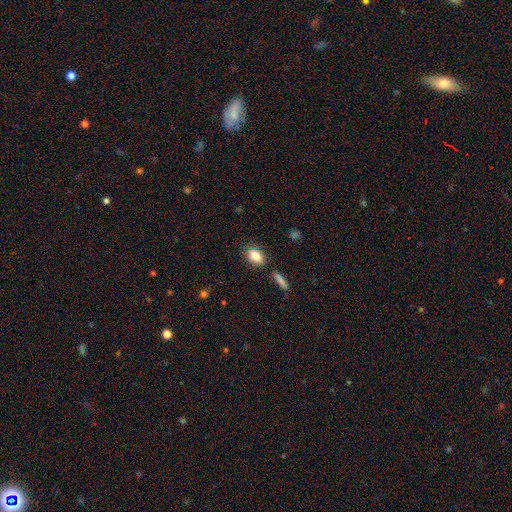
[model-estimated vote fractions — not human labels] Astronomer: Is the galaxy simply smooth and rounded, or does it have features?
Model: smooth — 83%.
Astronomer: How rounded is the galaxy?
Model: in between — 82%.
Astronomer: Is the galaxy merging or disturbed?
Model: none — 76%.